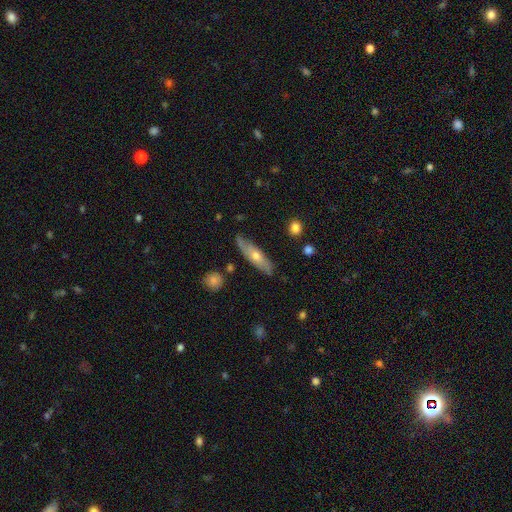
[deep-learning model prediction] This is possibly a smooth galaxy (48%). Merging: likely none (75%).